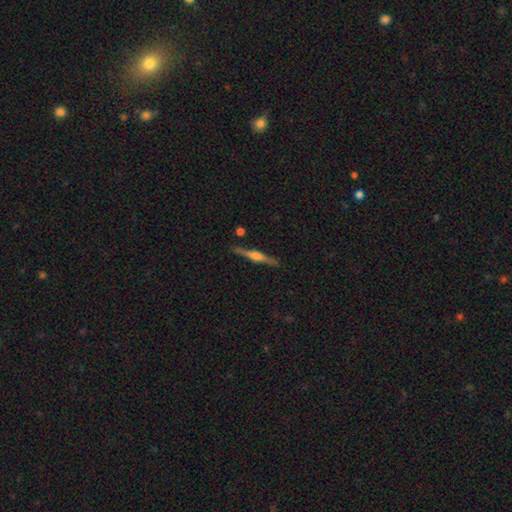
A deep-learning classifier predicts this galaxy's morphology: The model was most divided on "edge-on bulge": rounded: 77%, boxy: 18%, none: 5%. More confident: edge-on disk — yes (98%); merging — none (90%); smooth or featured — featured or disk (77%).